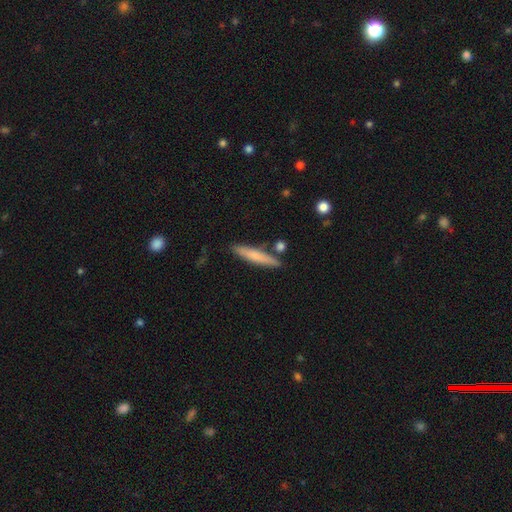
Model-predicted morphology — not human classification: The model was most divided on "smooth or featured": smooth: 68%, featured or disk: 26%, star or artifact: 6%. More confident: how rounded — cigar-shaped (91%); merging — none (82%).